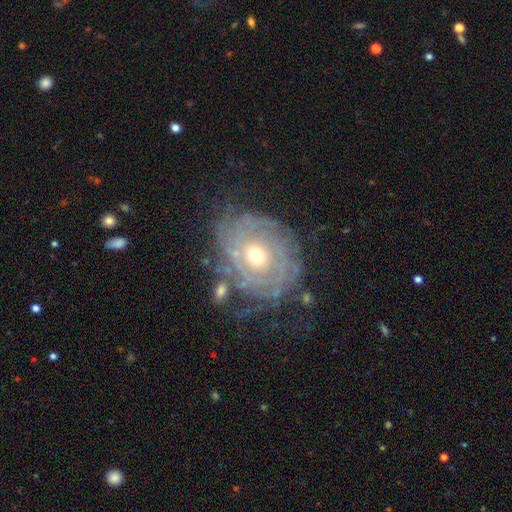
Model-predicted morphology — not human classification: featured or disk 80%, smooth 13%, star or artifact 7%. Down the decision tree: edge-on disk — no (96%); bar — no (85%); spiral arms — yes (83%); spiral arm count — can't tell (51%); spiral winding — tight (76%); bulge size — small (48%, tied with moderate); merging — none (66%).